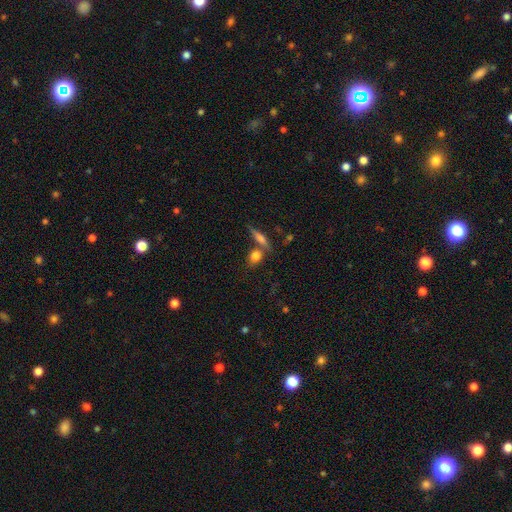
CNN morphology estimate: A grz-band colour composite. It shows a smooth galaxy with no disk features (76%) that is in between round and cigar-shaped (49%). Merging: none (60%).